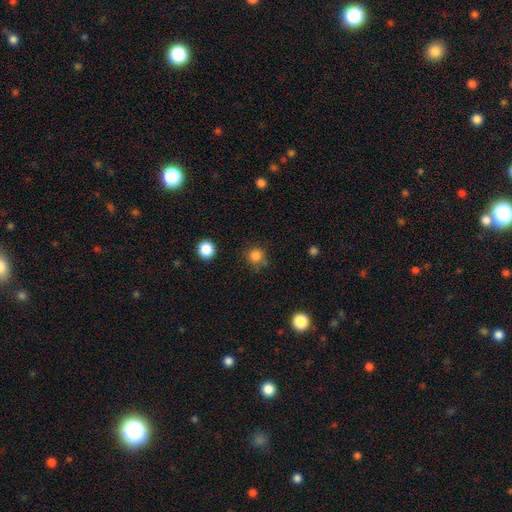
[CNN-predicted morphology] smooth 83%, star or artifact 13%, featured or disk 4%. Down the decision tree: how rounded — round (93%); merging — none (81%).